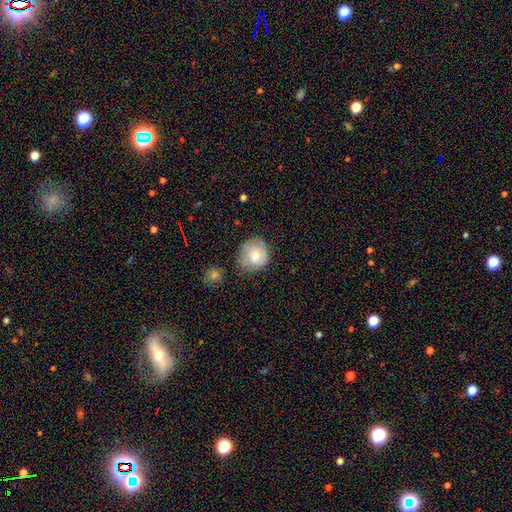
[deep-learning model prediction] Smooth or featured?
  - smooth: 67% *
  - featured or disk: 26%
  - star or artifact: 8%
How rounded?
  - round: 83% *
  - in between: 16%
  - cigar-shaped: 1%
Merging?
  - none: 65% *
  - minor disturbance: 24%
  - major disturbance: 6%
  - merger: 5%